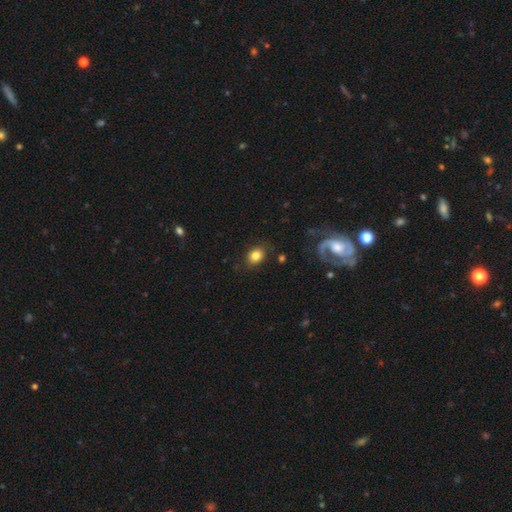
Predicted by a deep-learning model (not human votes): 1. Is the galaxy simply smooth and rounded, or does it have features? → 82% smooth, 9% star or artifact, 8% featured or disk.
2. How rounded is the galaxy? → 51% in between, 48% round, 1% cigar-shaped.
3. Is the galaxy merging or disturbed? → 81% none, 13% minor disturbance, 5% major disturbance, 2% merger.